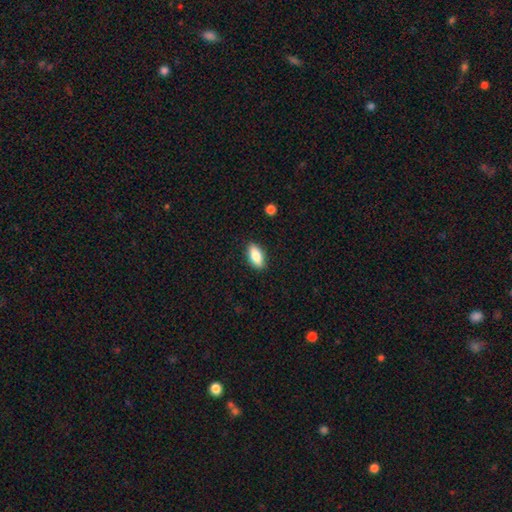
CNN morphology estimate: A smooth galaxy with no disk features (81%) that is in between round and cigar-shaped (87%). Merging: none (88%).